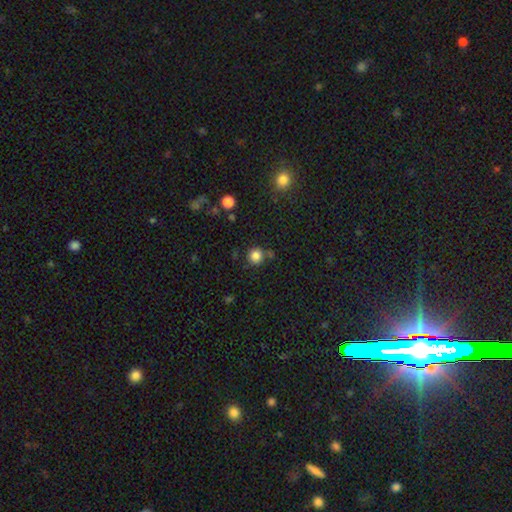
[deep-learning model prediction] Smooth or featured? smooth (83%)
How rounded? round (93%)
Merging? none (78%)